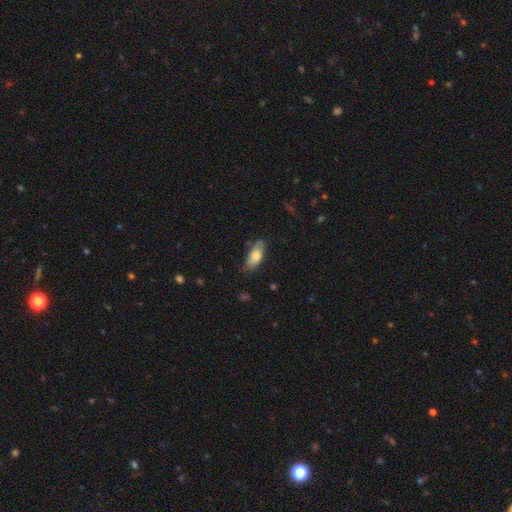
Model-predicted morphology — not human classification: smooth 74%, featured or disk 20%, star or artifact 6%. Down the decision tree: how rounded — in between (81%); merging — none (68%).